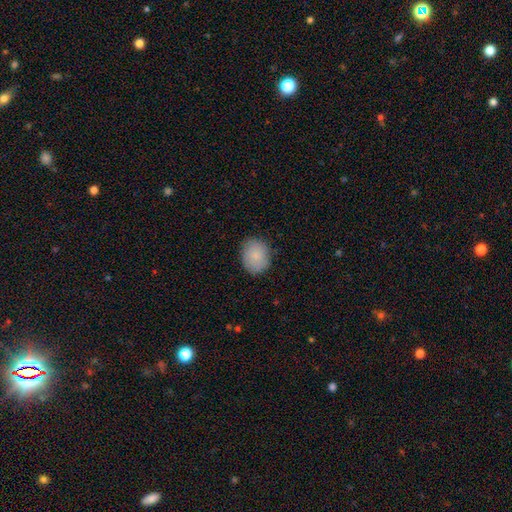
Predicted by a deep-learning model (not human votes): This is clearly a smooth galaxy (86%). How rounded: possibly round (54%). Merging: clearly none (83%).